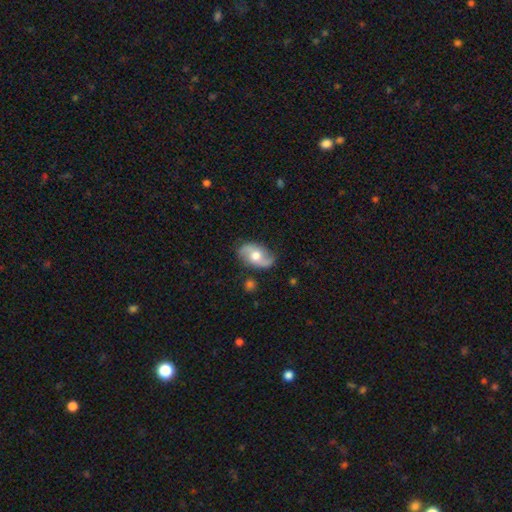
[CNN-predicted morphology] type=featured or disk (63%); edge-on=no (94%); bar=no (60%); spiral arms=yes (85%); winding=loose (58%); arm count=2 (90%); bulge=moderate (71%); merging=none (77%).